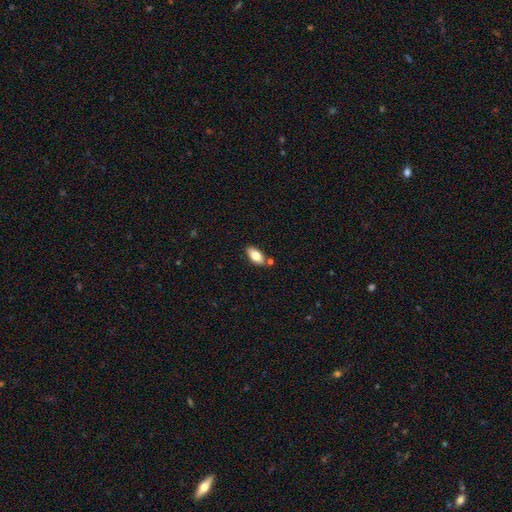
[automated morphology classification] This appears to be a smooth galaxy with no disk features (78%) that is in between round and cigar-shaped (90%). Merging: none (74%).